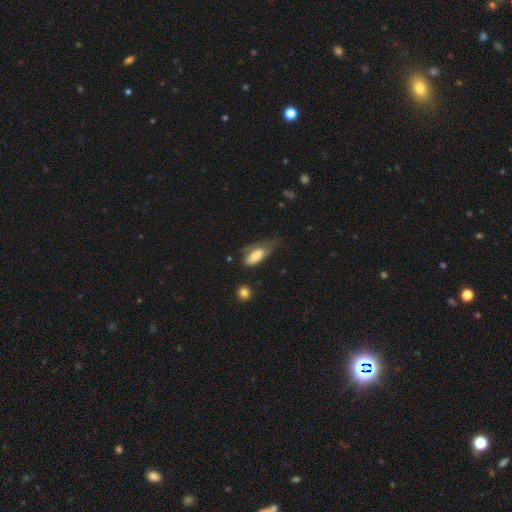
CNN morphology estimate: A smooth galaxy with no disk features (73%) that is in between round and cigar-shaped (84%).

Vote fractions:
- Smooth or featured? smooth: 73% / featured or disk: 20% / star or artifact: 7%
- How rounded? in between: 84% / cigar-shaped: 13% / round: 3%
- Merging? minor disturbance: 37% / major disturbance: 31% / none: 29% / merger: 3%